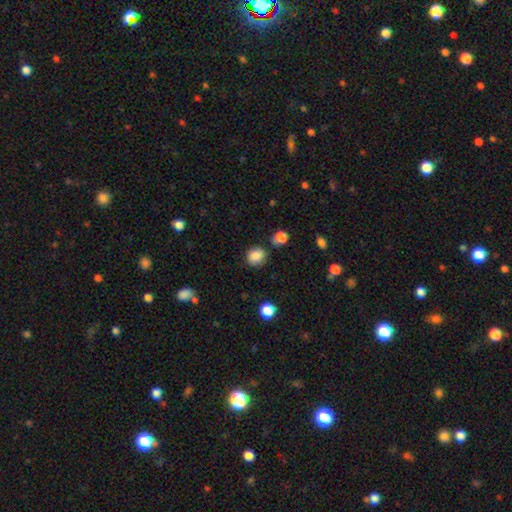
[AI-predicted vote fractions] A smooth galaxy with no disk features (85%) that is round (67%). Merging: none (73%).